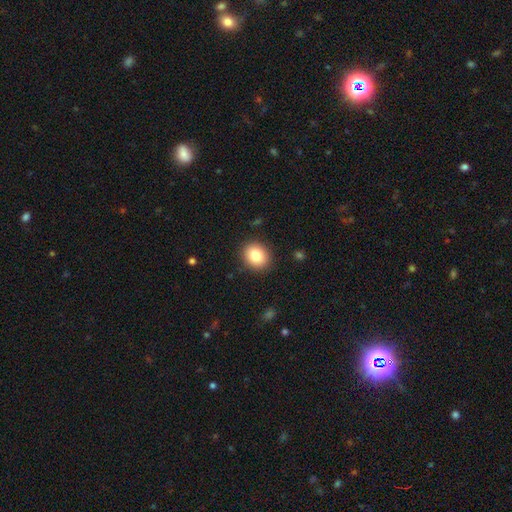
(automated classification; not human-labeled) Overall: smooth (86%). How rounded: round (55%; in between 44%). Merging: none (89%).